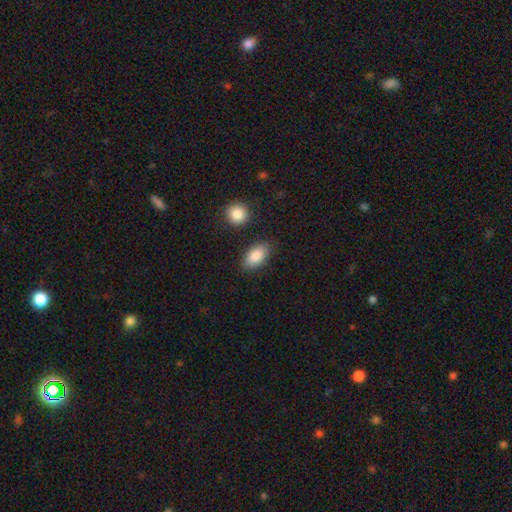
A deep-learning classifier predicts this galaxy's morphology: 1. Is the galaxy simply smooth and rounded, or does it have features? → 86% smooth, 7% featured or disk, 6% star or artifact.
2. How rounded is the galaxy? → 92% in between, 4% round, 4% cigar-shaped.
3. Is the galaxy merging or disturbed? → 82% none, 11% minor disturbance, 4% merger, 3% major disturbance.